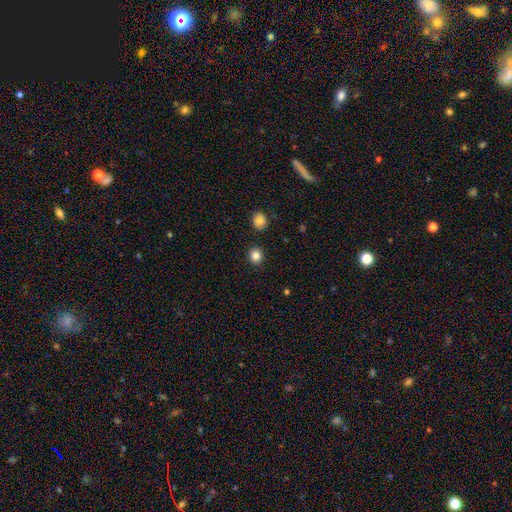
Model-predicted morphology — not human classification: type=smooth (84%); roundness=round (81%); merging=none (89%).